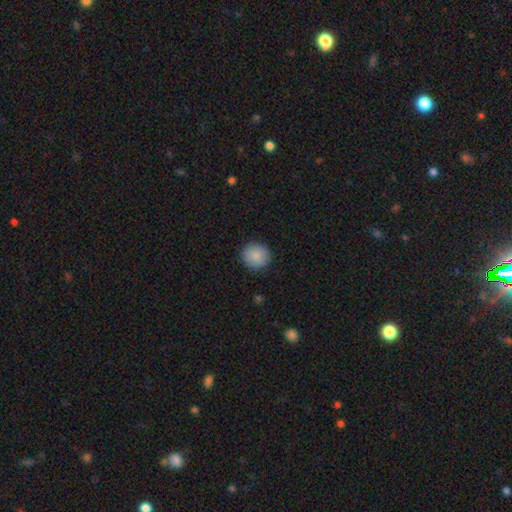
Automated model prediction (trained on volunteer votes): Morphology: type=smooth (87%); roundness=round (93%); merging=none (91%).